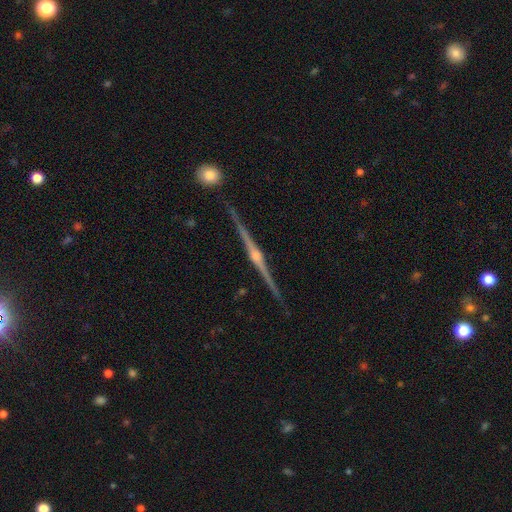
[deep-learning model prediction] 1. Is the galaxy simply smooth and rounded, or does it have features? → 90% featured or disk, 5% star or artifact, 5% smooth.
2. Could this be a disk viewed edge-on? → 99% yes, 1% no.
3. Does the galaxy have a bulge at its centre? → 90% rounded, 5% boxy, 5% none.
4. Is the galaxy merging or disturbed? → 91% none, 6% minor disturbance, 2% merger, 1% major disturbance.